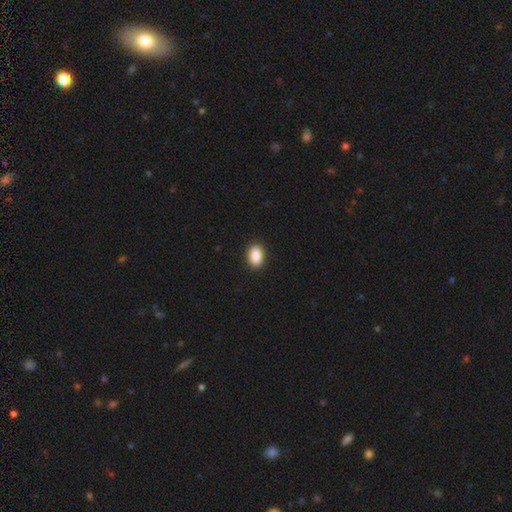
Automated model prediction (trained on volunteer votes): A smooth galaxy with no disk features (90%) that is in between round and cigar-shaped (87%).

Vote fractions:
- Smooth or featured? smooth: 90% / star or artifact: 7% / featured or disk: 3%
- How rounded? in between: 87% / round: 11% / cigar-shaped: 2%
- Merging? none: 90% / minor disturbance: 7% / major disturbance: 2% / merger: 1%